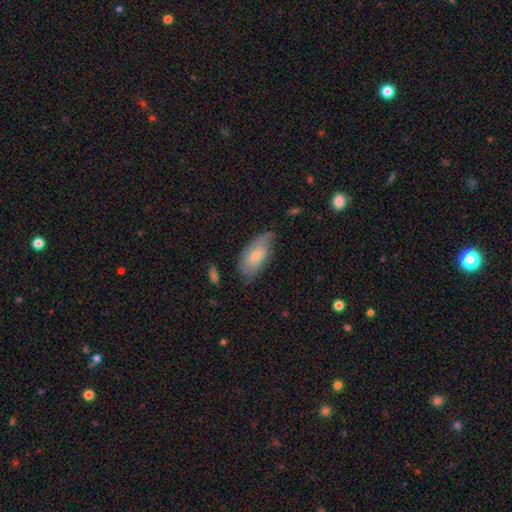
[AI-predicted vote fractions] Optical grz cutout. It shows a smooth galaxy with no disk features (61%) that is in between round and cigar-shaped (89%). Merging: none (65%).